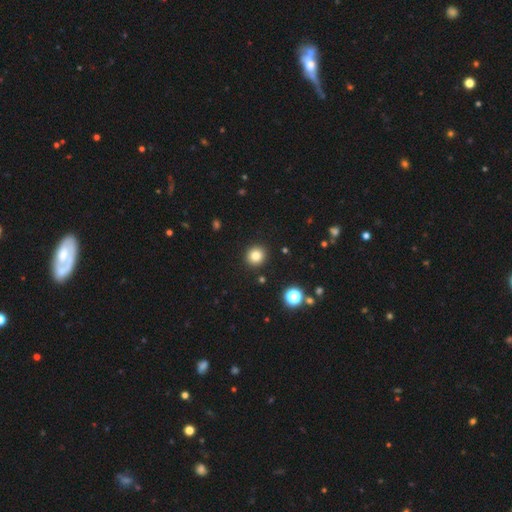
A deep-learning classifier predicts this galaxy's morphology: A smooth galaxy with no disk features (82%) that is round (90%).

Vote fractions:
- Smooth or featured? smooth: 82% / star or artifact: 12% / featured or disk: 6%
- How rounded? round: 90% / in between: 9% / cigar-shaped: 1%
- Merging? none: 92% / minor disturbance: 5% / major disturbance: 2% / merger: 2%